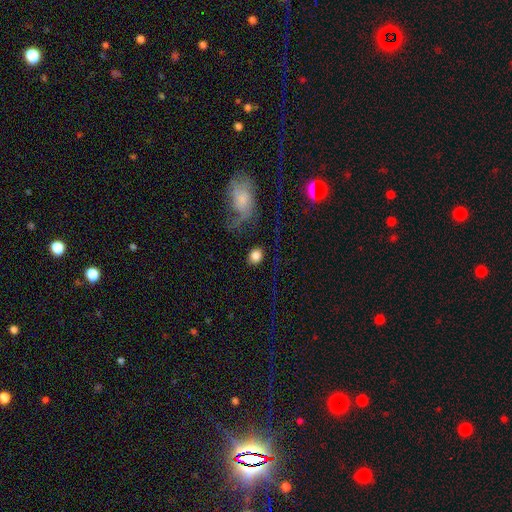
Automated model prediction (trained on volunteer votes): The model was most divided on "how rounded": round: 59%, in between: 39%, cigar-shaped: 2%. More confident: smooth or featured — smooth (80%); merging — none (76%).